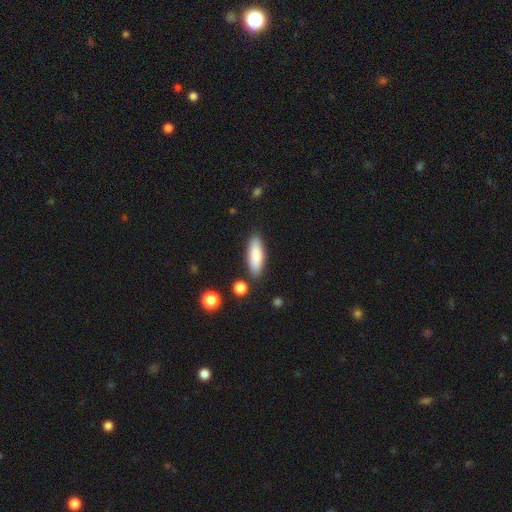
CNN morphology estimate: This appears to be a smooth galaxy with no disk features (85%) that is in between round and cigar-shaped (53%). Merging: none (84%).